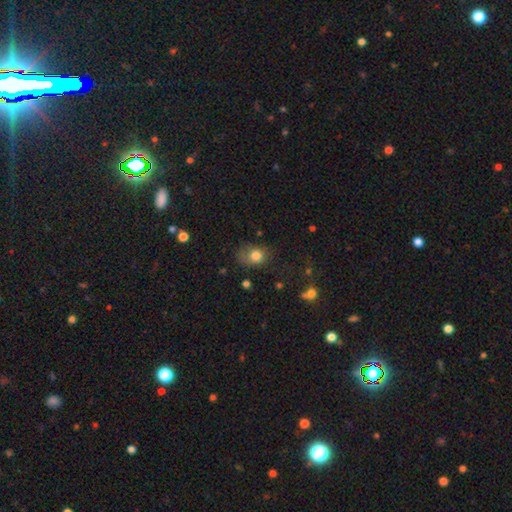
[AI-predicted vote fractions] A smooth galaxy with no disk features (79%) that is in between round and cigar-shaped (50%).

Vote fractions:
- Smooth or featured? smooth: 79% / star or artifact: 11% / featured or disk: 10%
- How rounded? in between: 50% / round: 49% / cigar-shaped: 1%
- Merging? none: 48% / minor disturbance: 30% / major disturbance: 19% / merger: 3%